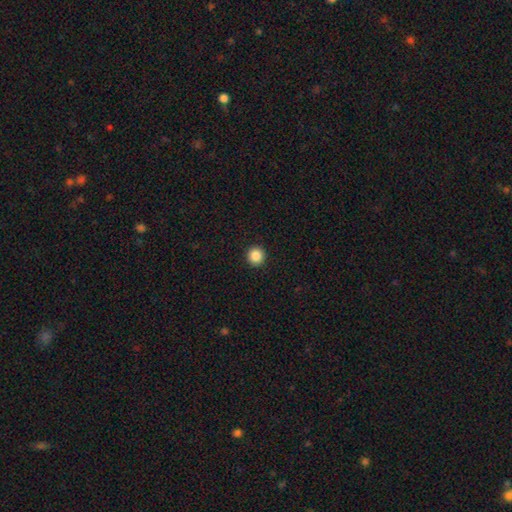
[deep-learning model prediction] Smooth or featured? Predicted: smooth (p=0.87). How rounded? Predicted: round (p=0.94). Merging? Predicted: none (p=0.94).